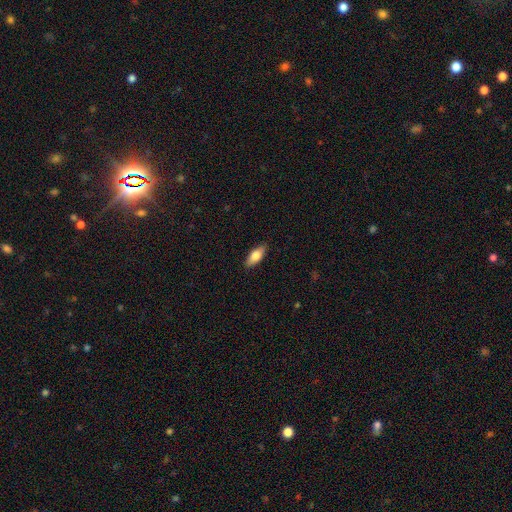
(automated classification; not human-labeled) smooth 76%, featured or disk 18%, star or artifact 6%. Down the decision tree: how rounded — in between (78%); merging — none (88%).